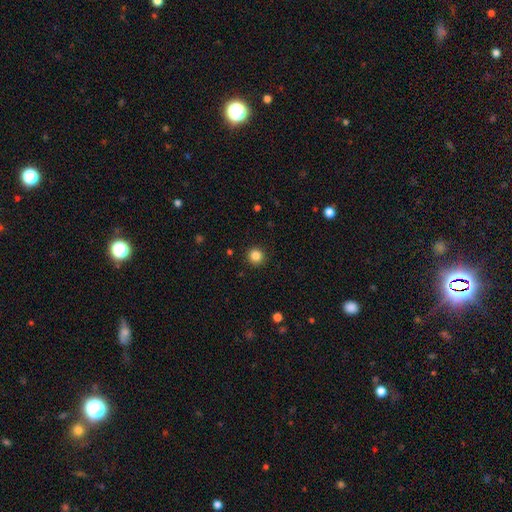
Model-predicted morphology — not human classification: Smooth or featured? smooth (85%)
How rounded? round (94%)
Merging? none (92%)